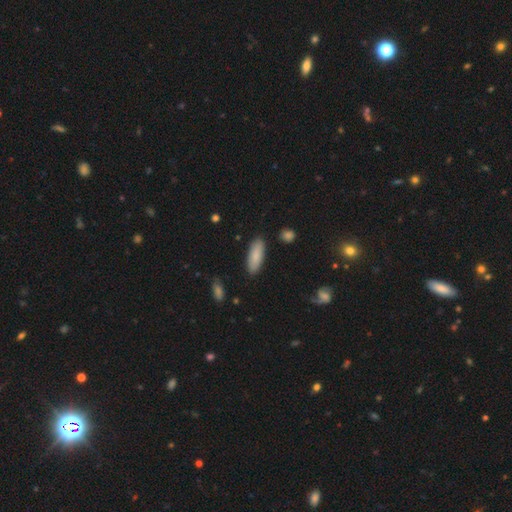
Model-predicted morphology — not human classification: This appears to be a smooth galaxy with no disk features (85%) that is in between round and cigar-shaped (66%). Merging: none (86%).